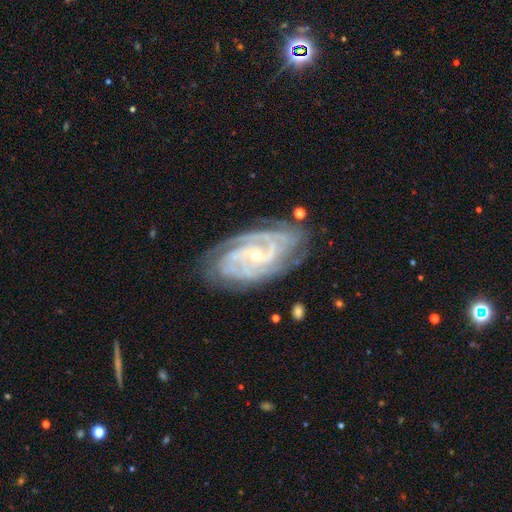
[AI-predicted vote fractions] Morphology: type=featured or disk (91%); edge-on=no (96%); bar=no (58%); spiral arms=yes (98%); winding=tight (69%); arm count=3 (29%); bulge=small (73%); merging=none (77%).